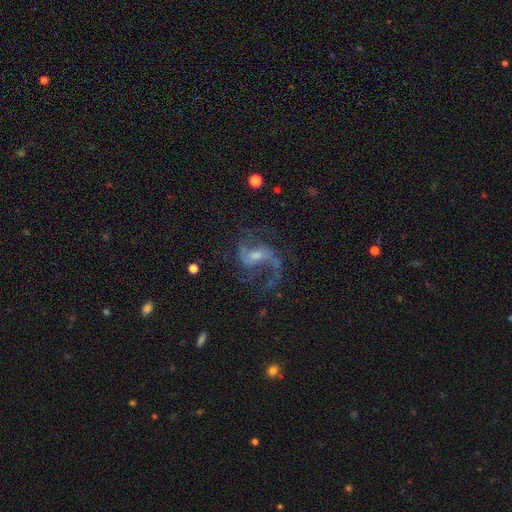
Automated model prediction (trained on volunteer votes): featured or disk 86%, star or artifact 8%, smooth 6%. Down the decision tree: edge-on disk — no (98%); bar — weak (48%); spiral arms — yes (95%); spiral arm count — 2 (76%); spiral winding — loose (55%); bulge size — small (47%); merging — none (60%).